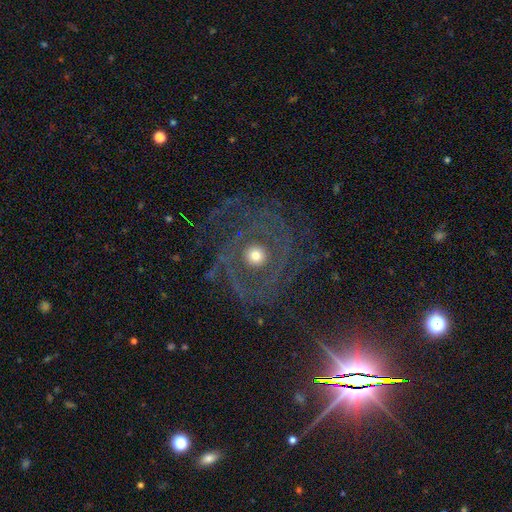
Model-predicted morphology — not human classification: Smooth or featured?
  - featured or disk: 60% *
  - smooth: 30%
  - star or artifact: 10%
Edge-on disk?
  - no: 95% *
  - yes: 5%
Bar?
  - no: 90% *
  - weak: 7%
  - strong: 3%
Spiral arms?
  - no: 53% *
  - yes: 47%
Bulge size?
  - moderate: 57% *
  - small: 24%
  - large: 14%
  - dominant: 3%
  - none: 2%
Merging?
  - none: 69% *
  - major disturbance: 16%
  - minor disturbance: 13%
  - merger: 2%